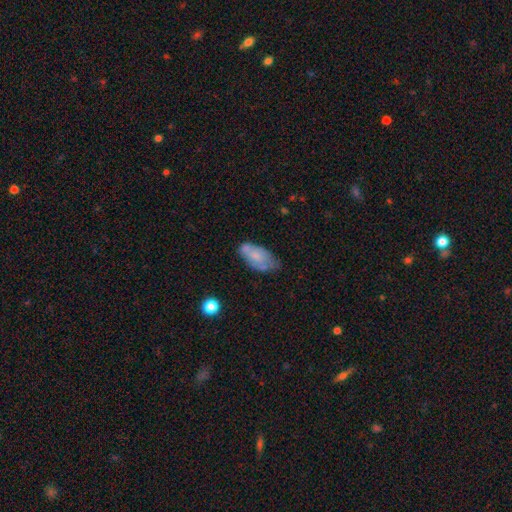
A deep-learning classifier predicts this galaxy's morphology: A smooth galaxy with no disk features (59%) that is in between round and cigar-shaped (91%).

Vote fractions:
- Smooth or featured? smooth: 59% / featured or disk: 33% / star or artifact: 8%
- How rounded? in between: 91% / cigar-shaped: 6% / round: 3%
- Merging? none: 49% / minor disturbance: 31% / major disturbance: 11% / merger: 9%